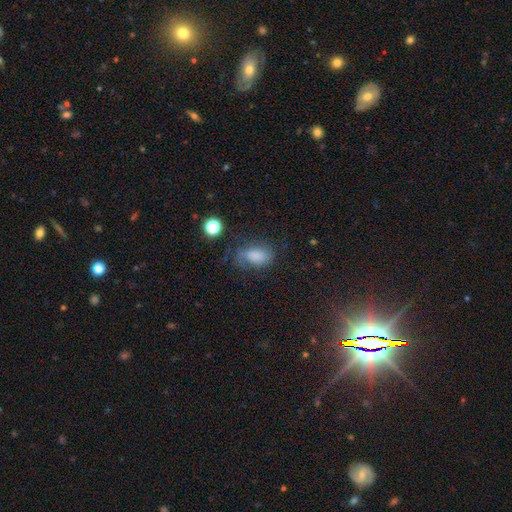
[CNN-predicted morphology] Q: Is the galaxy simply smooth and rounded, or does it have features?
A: smooth — 64%.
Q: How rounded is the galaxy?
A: in between — 82%.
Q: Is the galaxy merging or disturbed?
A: none — 46%.